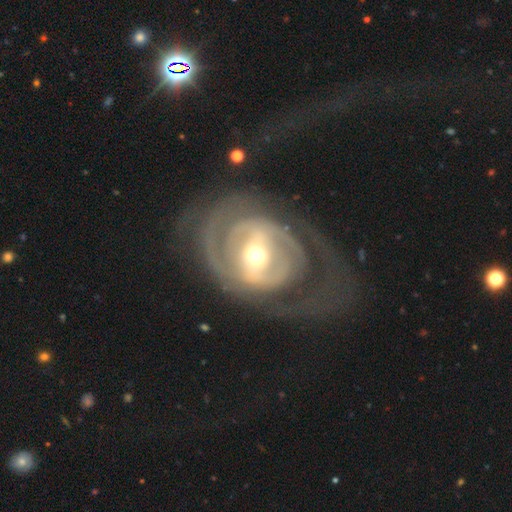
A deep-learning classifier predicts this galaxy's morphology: smooth-or-featured: featured or disk: 82% | smooth: 13% | star or artifact: 5%
  disk-edge-on: no: 96% | yes: 4%
    bar: strong: 41% | weak: 36% | no: 23%
    has-spiral-arms: yes: 72% | no: 28%
      spiral-winding: tight: 46% | medium: 33% | loose: 20%
      spiral-arm-count: 2: 54% | can't tell: 21% | 1: 16% | 3: 4% | 4: 2% | more than 4: 2%
    bulge-size: moderate: 68% | small: 21% | large: 9% | dominant: 1% | none: 1%
  merging: none: 55% | major disturbance: 26% | minor disturbance: 17% | merger: 2%